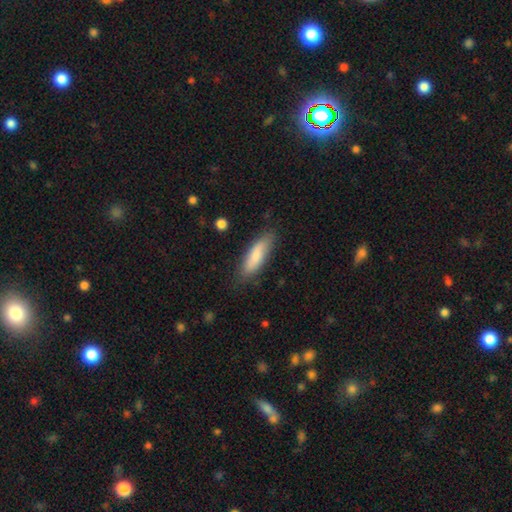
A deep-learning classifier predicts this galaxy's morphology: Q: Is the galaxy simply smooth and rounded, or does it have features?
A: smooth — 82%.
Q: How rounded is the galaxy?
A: cigar-shaped — 50%.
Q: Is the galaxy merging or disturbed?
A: none — 80%.